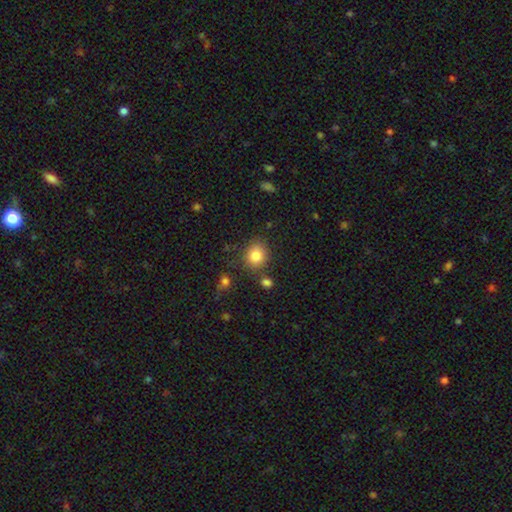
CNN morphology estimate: smooth-or-featured: smooth: 82% | star or artifact: 11% | featured or disk: 7%
  how-rounded: round: 76% | in between: 23% | cigar-shaped: 1%
  merging: none: 79% | minor disturbance: 11% | merger: 6% | major disturbance: 3%